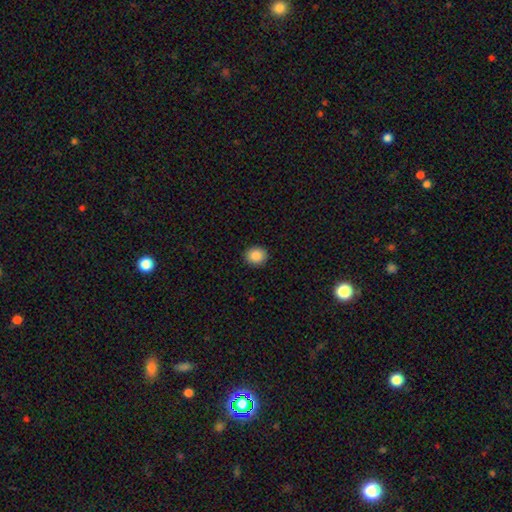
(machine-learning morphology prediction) This appears to be a smooth galaxy with no disk features (88%) that is round (77%). Merging: none (92%).